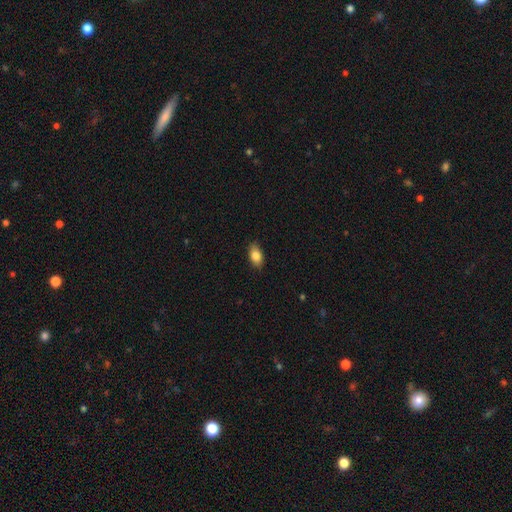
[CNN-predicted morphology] Q: Smooth or featured?
A: smooth (85%); runner-up: featured or disk (8%)
Q: How rounded?
A: in between (89%); runner-up: round (8%)
Q: Merging?
A: none (85%); runner-up: minor disturbance (12%)